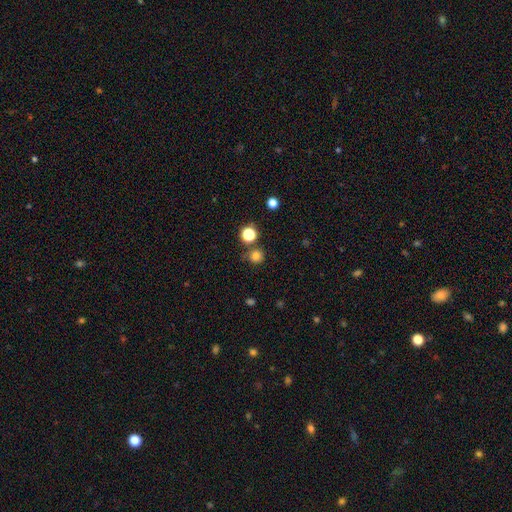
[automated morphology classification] This is likely a smooth galaxy (79%). How rounded: clearly round (92%). Merging: likely none (76%).